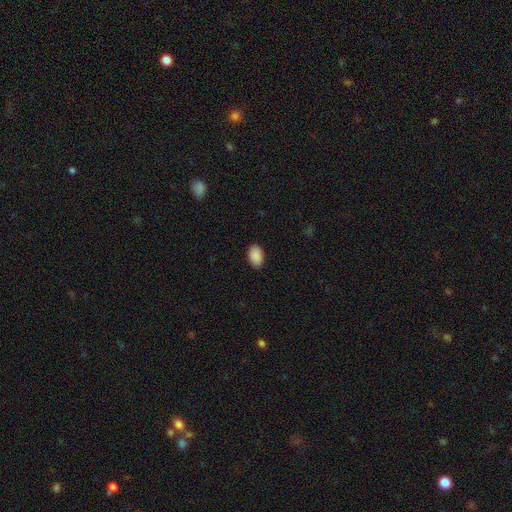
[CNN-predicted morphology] Q: Smooth or featured?
A: smooth (90%); runner-up: star or artifact (7%)
Q: How rounded?
A: in between (90%); runner-up: round (9%)
Q: Merging?
A: none (87%); runner-up: minor disturbance (10%)